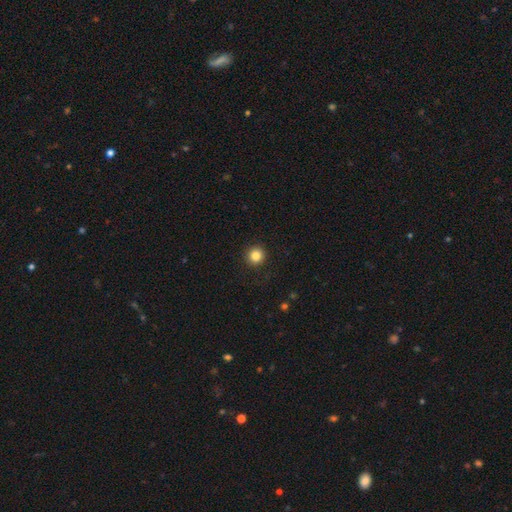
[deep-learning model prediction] Morphology: type=smooth (85%); roundness=round (95%); merging=none (92%).